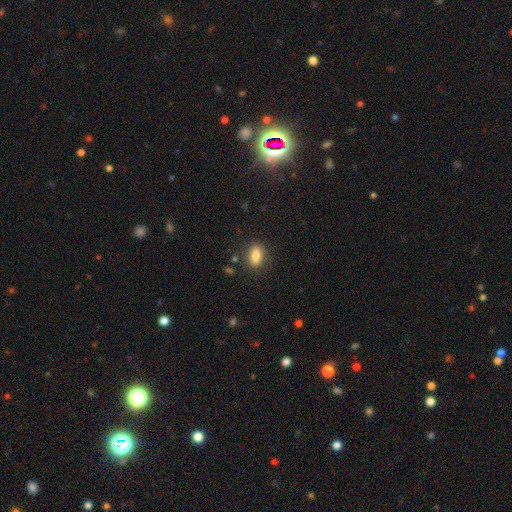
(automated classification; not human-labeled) smooth_or_featured: smooth (p=0.82) [alt: featured or disk p=0.09]
how_rounded: in between (p=0.80) [alt: round p=0.11]
merging: none (p=0.84) [alt: minor disturbance p=0.11]